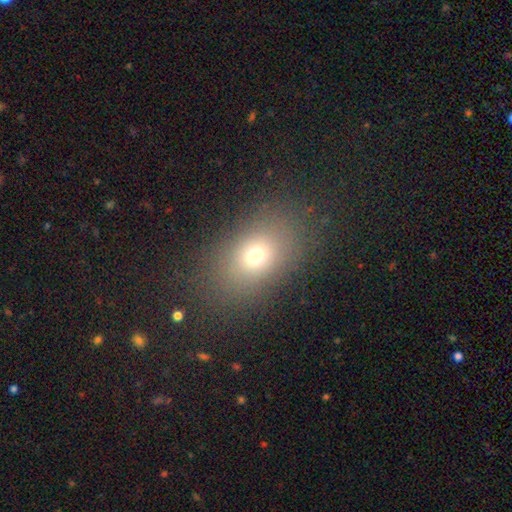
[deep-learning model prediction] This appears to be a smooth galaxy with no disk features (69%) that is in between round and cigar-shaped (72%). Merging: none (81%).